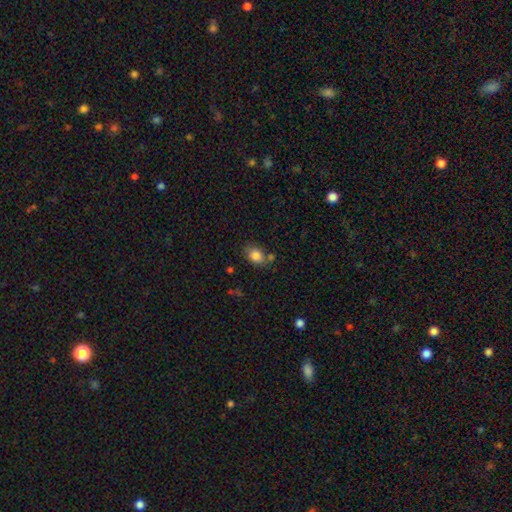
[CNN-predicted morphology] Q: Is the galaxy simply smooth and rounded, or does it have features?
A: smooth — 84%.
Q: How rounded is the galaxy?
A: in between — 69%.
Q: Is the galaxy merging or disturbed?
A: none — 66%.